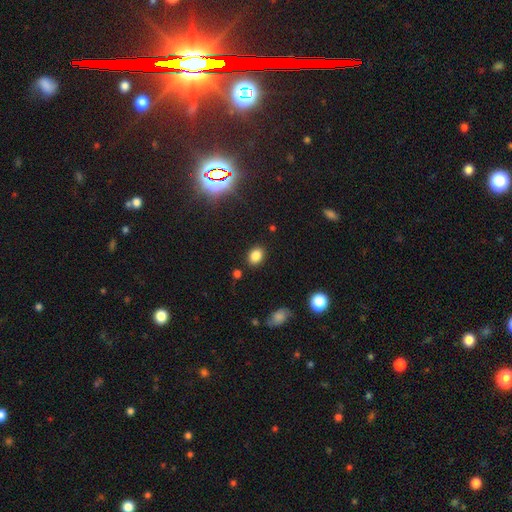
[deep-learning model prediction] The model was most divided on "how rounded": in between: 70%, round: 29%, cigar-shaped: 1%. More confident: merging — none (86%); smooth or featured — smooth (84%).